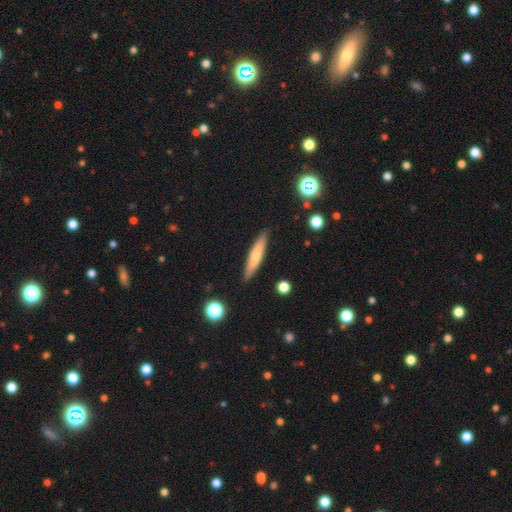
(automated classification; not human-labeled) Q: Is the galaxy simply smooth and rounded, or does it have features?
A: smooth — 64%.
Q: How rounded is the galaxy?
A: cigar-shaped — 88%.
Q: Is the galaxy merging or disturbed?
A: none — 88%.